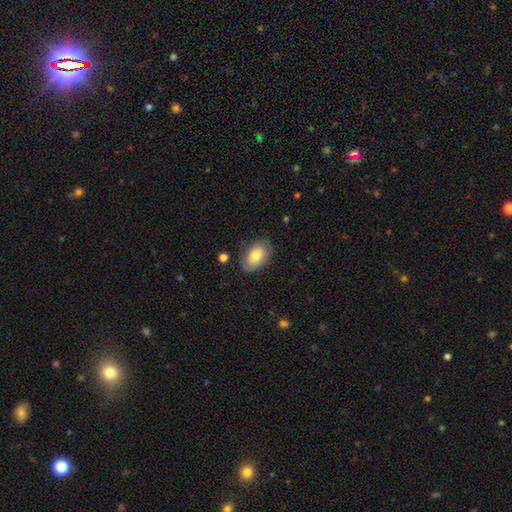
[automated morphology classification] This appears to be a smooth galaxy with no disk features (67%) that is in between round and cigar-shaped (89%). Merging: none (77%).